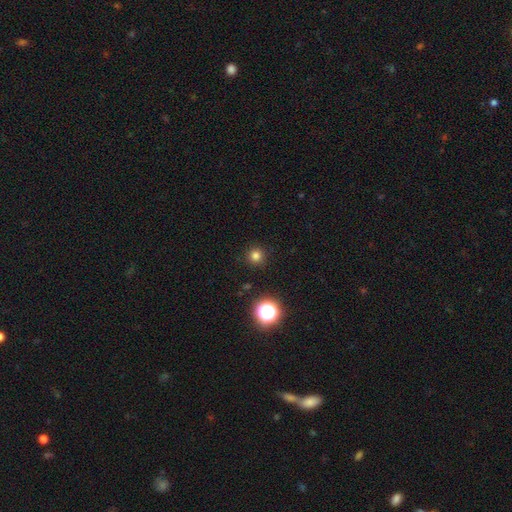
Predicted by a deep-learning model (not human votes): A smooth galaxy with no disk features (78%) that is round (96%). Merging: none (92%).